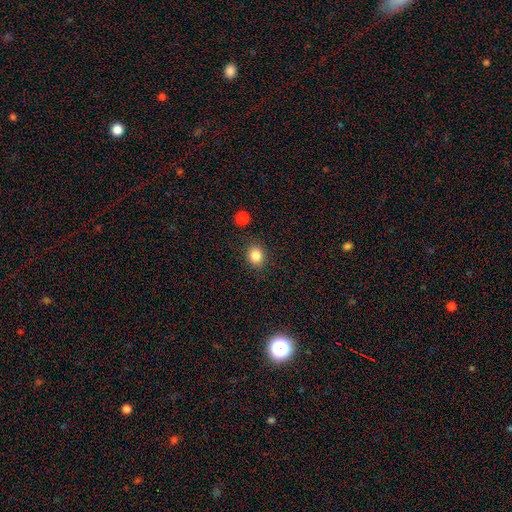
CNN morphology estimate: smooth-or-featured: smooth: 85% | star or artifact: 11% | featured or disk: 5%
  how-rounded: round: 69% | in between: 30% | cigar-shaped: 1%
  merging: none: 86% | minor disturbance: 8% | major disturbance: 3% | merger: 3%